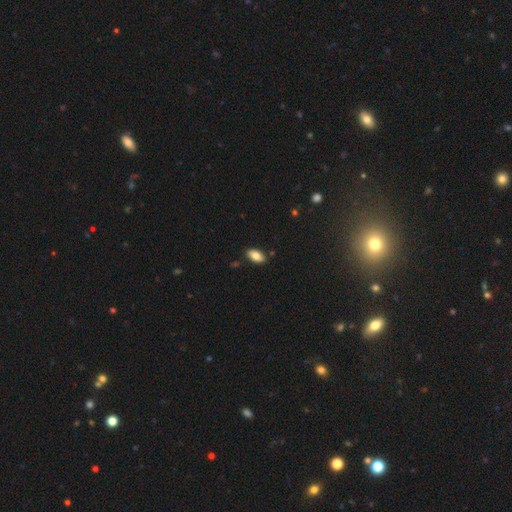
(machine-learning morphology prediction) This appears to be a smooth galaxy with no disk features (84%) that is in between round and cigar-shaped (93%). Merging: none (86%).